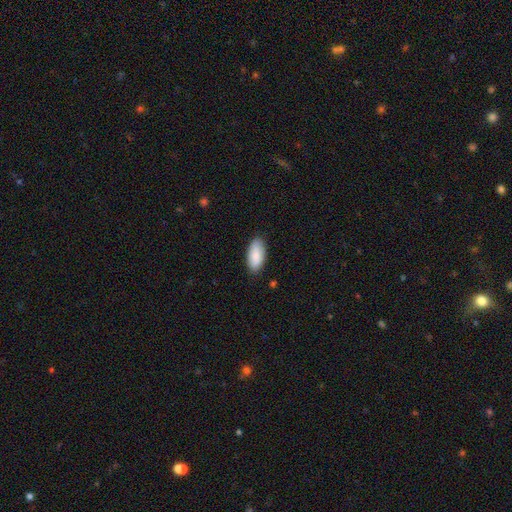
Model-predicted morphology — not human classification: Smooth or featured? smooth (87%)
How rounded? in between (91%)
Merging? none (86%)